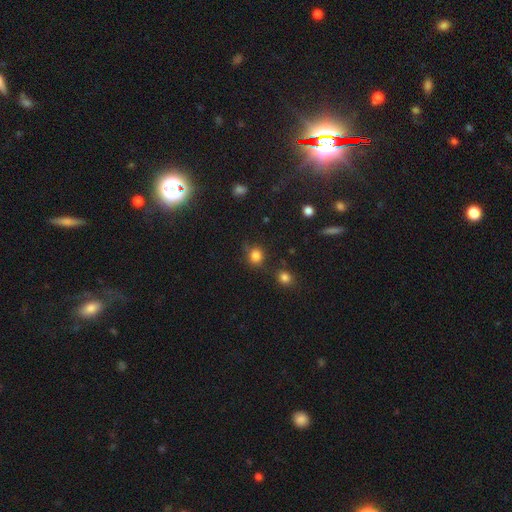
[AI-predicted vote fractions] smooth_or_featured: smooth (p=0.81) [alt: star or artifact p=0.13]
how_rounded: round (p=0.82) [alt: in between p=0.17]
merging: none (p=0.70) [alt: minor disturbance p=0.18]